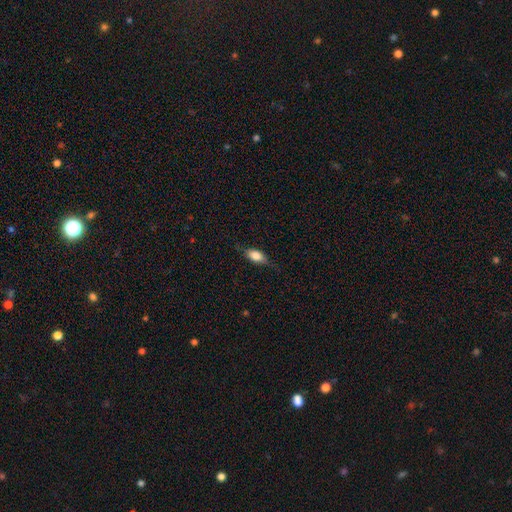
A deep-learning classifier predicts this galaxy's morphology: Overall: smooth (78%). How rounded: in between (85%). Merging: none (69%).